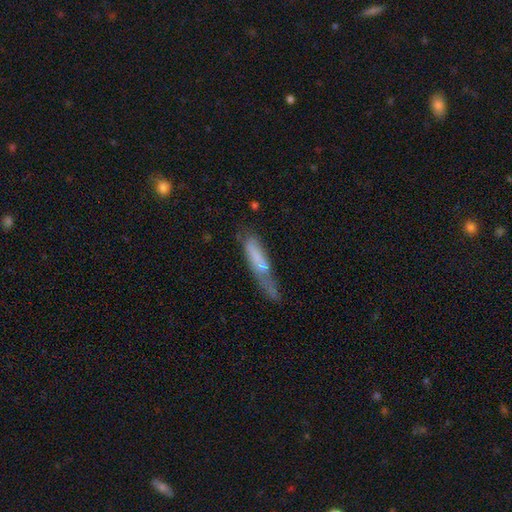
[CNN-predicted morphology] Smooth or featured? Predicted: smooth (p=0.58). How rounded? Predicted: cigar-shaped (p=0.85). Merging? Predicted: none (p=0.40).